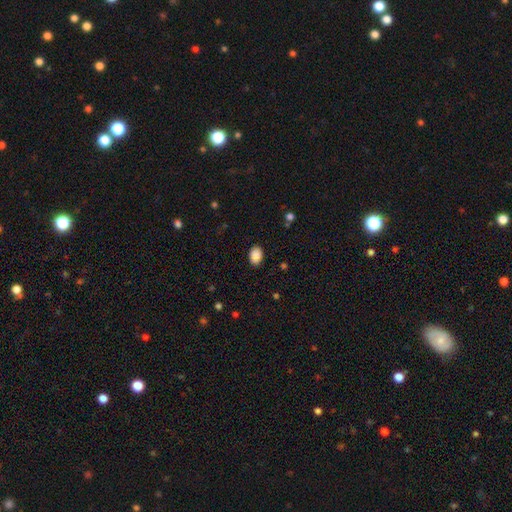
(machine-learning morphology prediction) smooth 80%, star or artifact 10%, featured or disk 10%. Down the decision tree: how rounded — in between (76%); merging — none (70%).